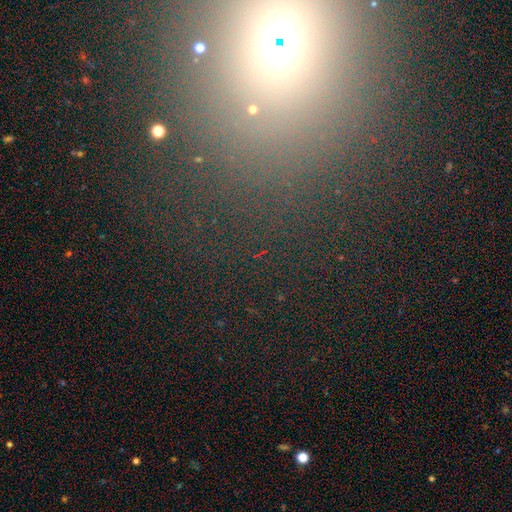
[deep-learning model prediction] Overall: star or artifact (57%; smooth 31%).